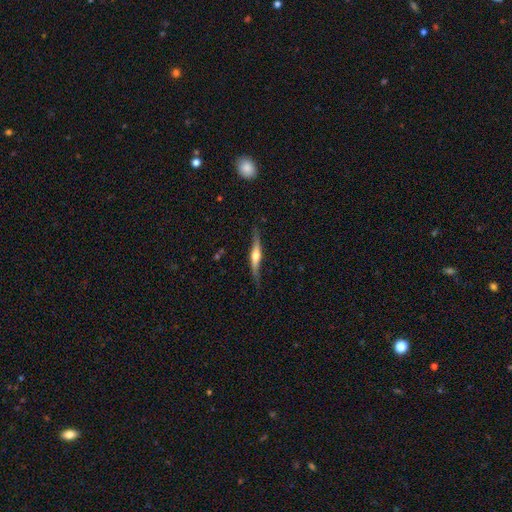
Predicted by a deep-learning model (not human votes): This appears to be a featured or disk galaxy (71%) viewed edge-on (95%) with a rounded central bulge (90%). Merging: none (75%).